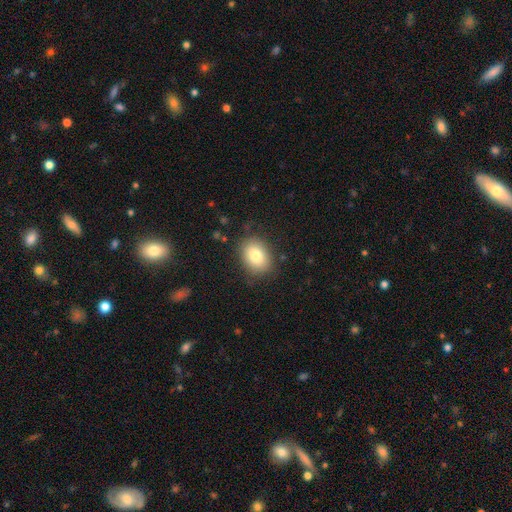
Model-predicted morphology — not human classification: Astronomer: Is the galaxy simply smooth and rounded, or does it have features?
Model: smooth — 80%.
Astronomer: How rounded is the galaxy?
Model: in between — 61% (runner-up: round, 38%).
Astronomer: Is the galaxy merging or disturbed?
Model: none — 84%.